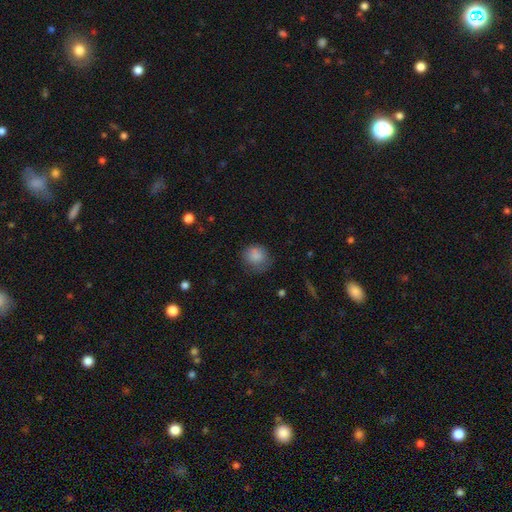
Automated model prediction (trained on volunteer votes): smooth_or_featured: smooth (p=0.84) [alt: star or artifact p=0.09]
how_rounded: round (p=0.77) [alt: in between p=0.22]
merging: none (p=0.64) [alt: minor disturbance p=0.25]